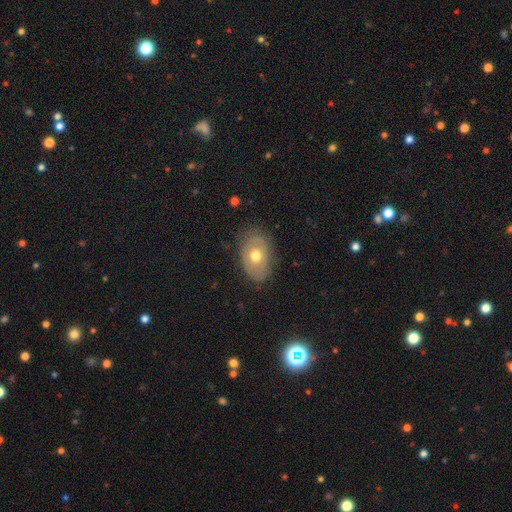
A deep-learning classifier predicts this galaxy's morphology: smooth-or-featured: smooth: 53% | featured or disk: 40% | star or artifact: 7%
  how-rounded: in between: 84% | round: 14% | cigar-shaped: 1%
  merging: none: 75% | minor disturbance: 18% | major disturbance: 5% | merger: 1%